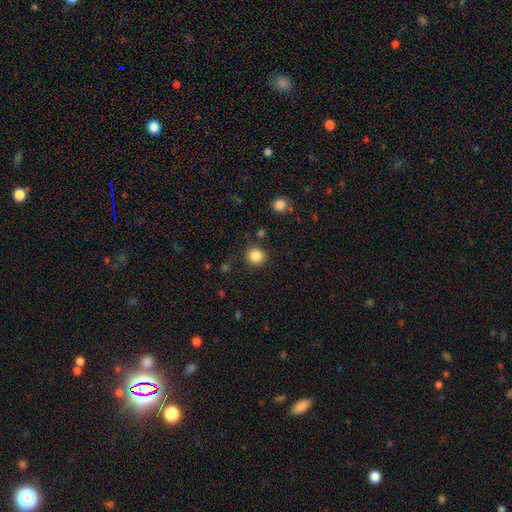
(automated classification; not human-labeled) This is clearly a smooth galaxy (86%). How rounded: clearly round (88%). Merging: clearly none (85%).